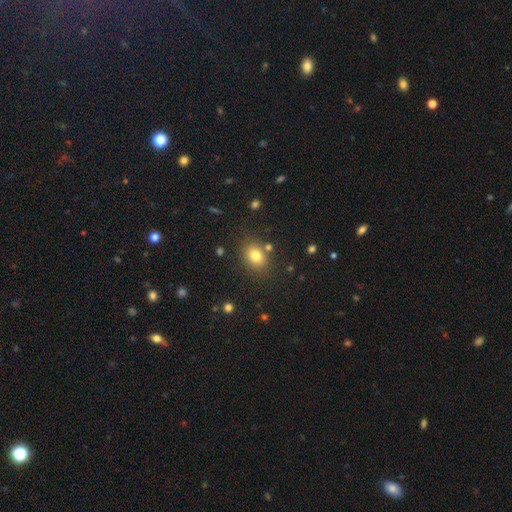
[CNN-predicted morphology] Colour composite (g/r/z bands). It shows a smooth galaxy with no disk features (79%) that is in between round and cigar-shaped (51%). Merging: none (80%).